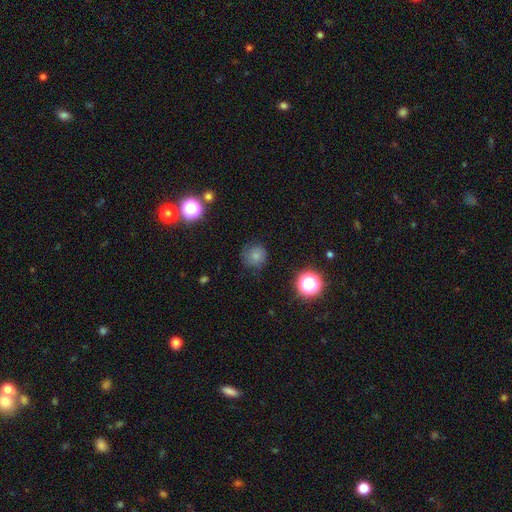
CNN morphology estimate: Q: Smooth or featured?
A: smooth (75%); runner-up: star or artifact (16%)
Q: How rounded?
A: round (91%); runner-up: in between (8%)
Q: Merging?
A: none (76%); runner-up: minor disturbance (16%)